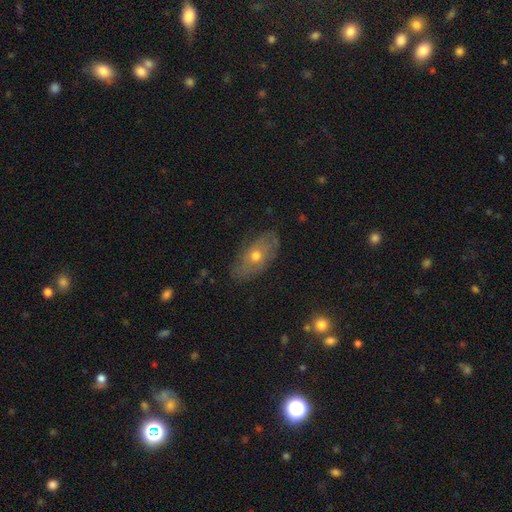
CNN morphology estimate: Overall: featured or disk (51%; smooth 39%). Edge-on disk: no (81%). Merging: none (77%).